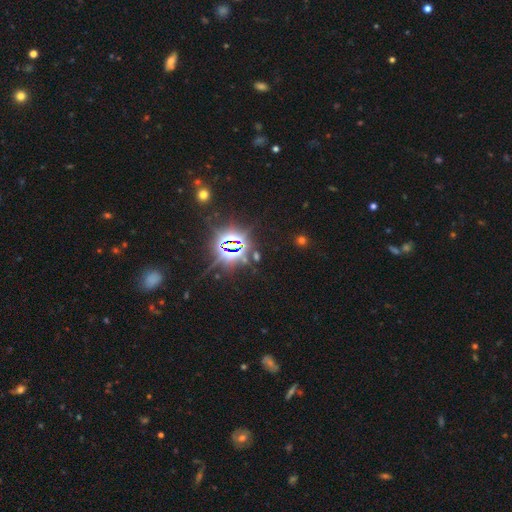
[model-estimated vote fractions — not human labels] This appears to be a star or artifact, not a galaxy (82%).